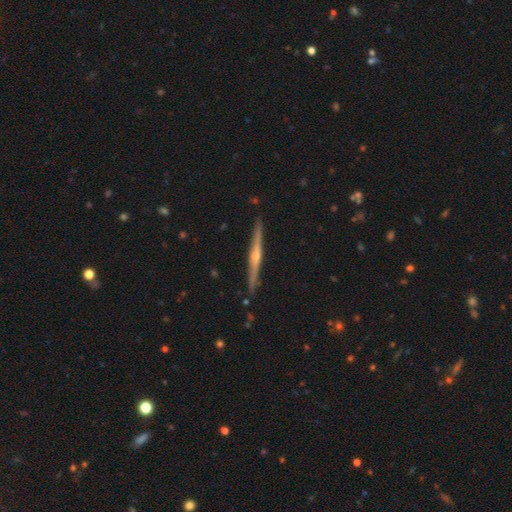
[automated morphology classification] smooth_or_featured: featured or disk (p=0.80) [alt: smooth p=0.14]
disk_edge_on: yes (p=0.98) [alt: no p=0.02]
edge_on_bulge: rounded (p=0.85) [alt: none p=0.11]
merging: none (p=0.90) [alt: minor disturbance p=0.07]